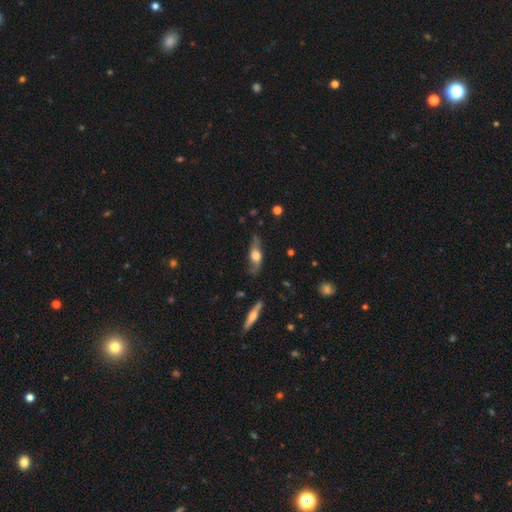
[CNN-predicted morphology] Smooth or featured? Predicted: featured or disk (p=0.60). Edge-on disk? Predicted: yes (p=0.69). Merging? Predicted: none (p=0.65).